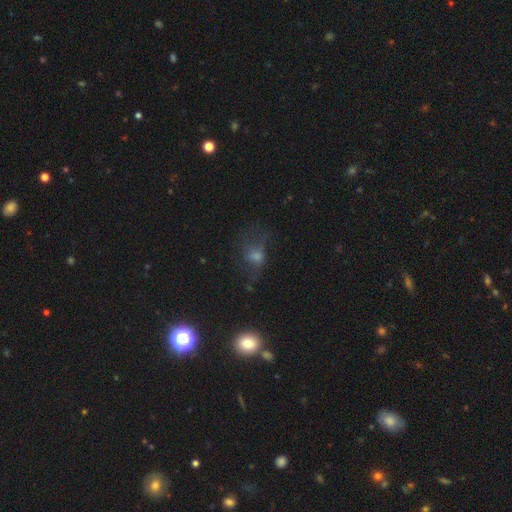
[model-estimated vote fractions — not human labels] This appears to be a smooth galaxy with no disk features (47%). Merging: none (47%).